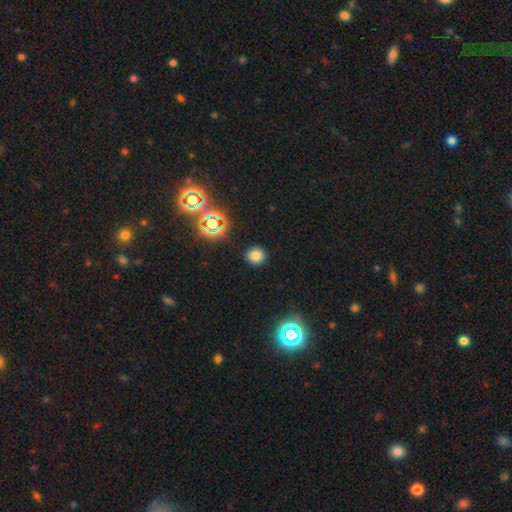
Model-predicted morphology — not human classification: type=smooth (75%); roundness=round (90%); merging=none (90%).